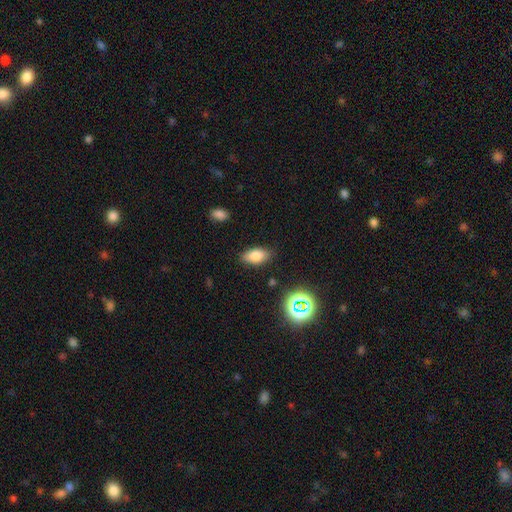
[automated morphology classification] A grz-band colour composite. It shows a smooth galaxy with no disk features (79%) that is in between round and cigar-shaped (88%). Merging: none (85%).